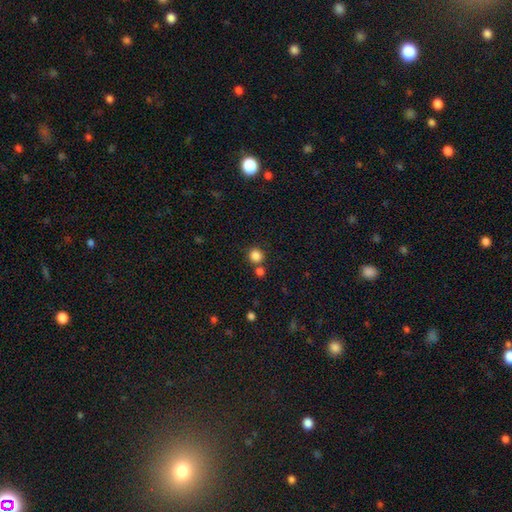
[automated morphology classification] The model was most divided on "merging": none: 74%, merger: 16%, minor disturbance: 7%, major disturbance: 3%. More confident: how rounded — round (89%); smooth or featured — smooth (84%).